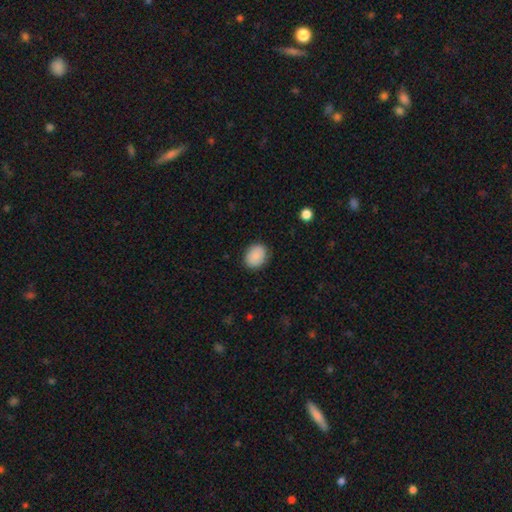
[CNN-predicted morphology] Q: Smooth or featured?
A: smooth (86%); runner-up: star or artifact (7%)
Q: How rounded?
A: round (52%); runner-up: in between (47%)
Q: Merging?
A: none (86%); runner-up: minor disturbance (10%)